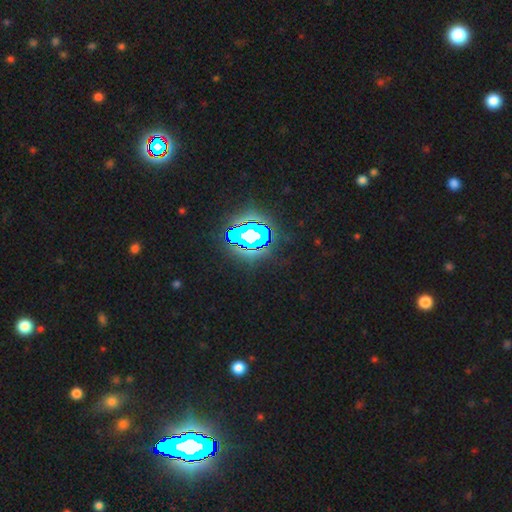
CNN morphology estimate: Smooth or featured: star or artifact — 84% (smooth — 9%)